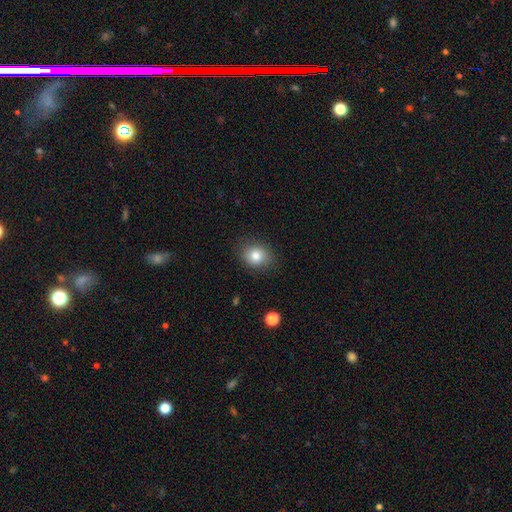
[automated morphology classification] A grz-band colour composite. It shows a smooth galaxy with no disk features (82%) that is round (57%). Merging: none (84%).